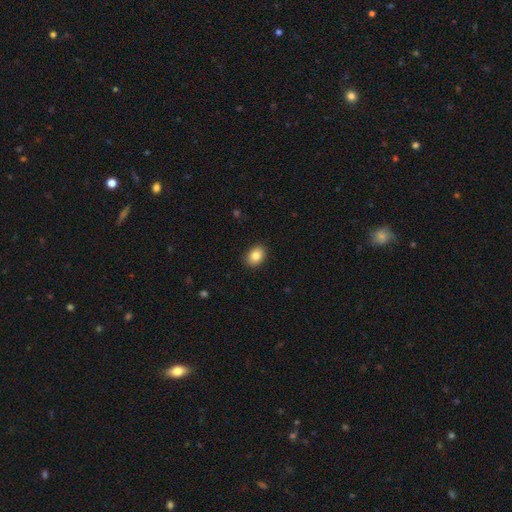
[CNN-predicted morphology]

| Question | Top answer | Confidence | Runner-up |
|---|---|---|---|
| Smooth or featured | smooth | 86% | star or artifact (8%) |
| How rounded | in between | 73% | round (26%) |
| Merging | none | 89% | minor disturbance (8%) |